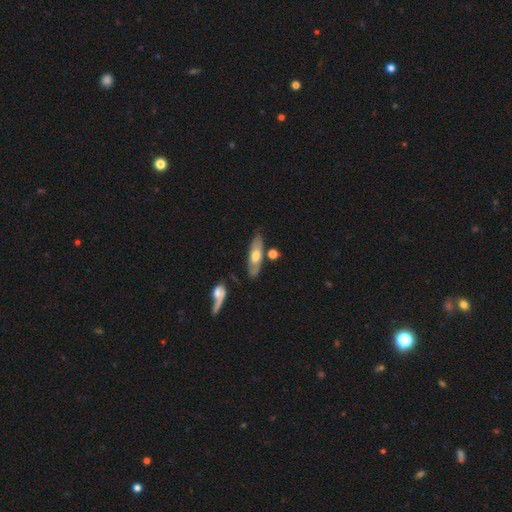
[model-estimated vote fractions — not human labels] smooth_or_featured: featured or disk (p=0.50) [alt: smooth p=0.44]
disk_edge_on: no (p=0.55) [alt: yes p=0.45]
merging: none (p=0.72) [alt: minor disturbance p=0.16]